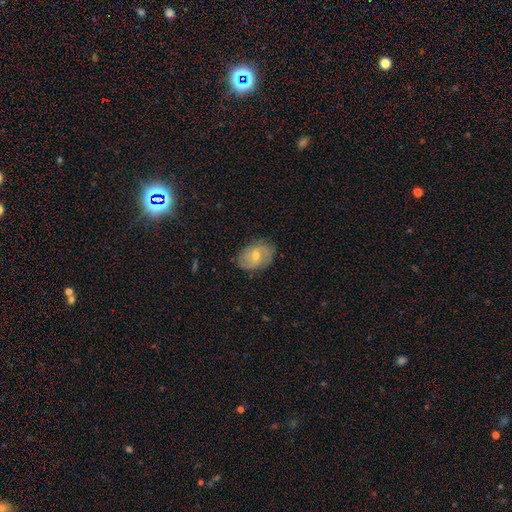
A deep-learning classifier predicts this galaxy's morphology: smooth_or_featured: featured or disk (p=0.69) [alt: smooth p=0.22]
disk_edge_on: no (p=0.97) [alt: yes p=0.03]
bar: no (p=0.59) [alt: weak p=0.35]
has_spiral_arms: yes (p=0.89) [alt: no p=0.11]
spiral_winding: tight (p=0.50) [alt: medium p=0.37]
spiral_arm_count: 2 (p=0.49) [alt: can't tell p=0.28]
bulge_size: moderate (p=0.49) [alt: small p=0.47]
merging: none (p=0.79) [alt: minor disturbance p=0.16]